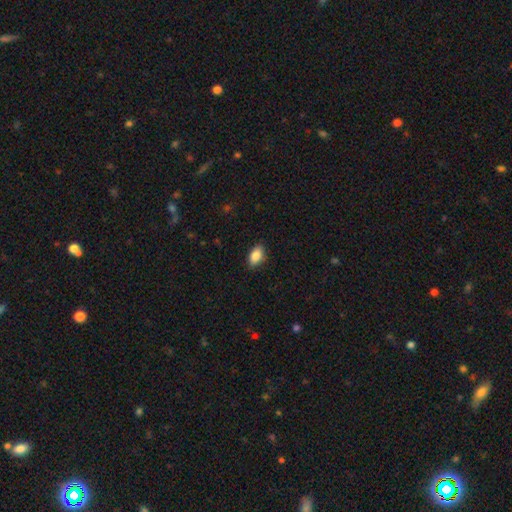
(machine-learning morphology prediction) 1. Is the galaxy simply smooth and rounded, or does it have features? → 87% smooth, 7% star or artifact, 6% featured or disk.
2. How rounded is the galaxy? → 91% in between, 6% round, 4% cigar-shaped.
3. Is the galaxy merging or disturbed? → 85% none, 11% minor disturbance, 2% major disturbance, 1% merger.